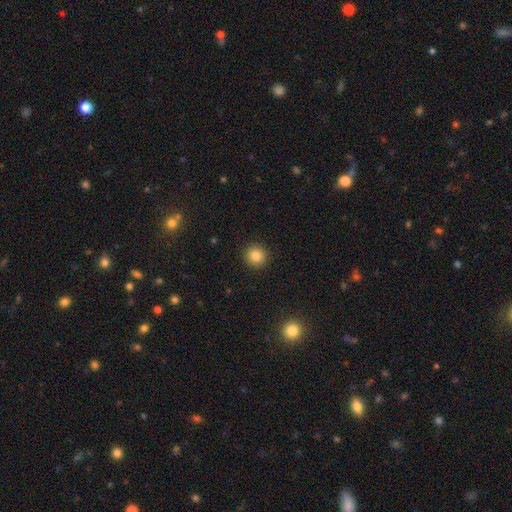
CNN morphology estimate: Smooth or featured? Predicted: smooth (p=0.85). How rounded? Predicted: round (p=0.93). Merging? Predicted: none (p=0.92).